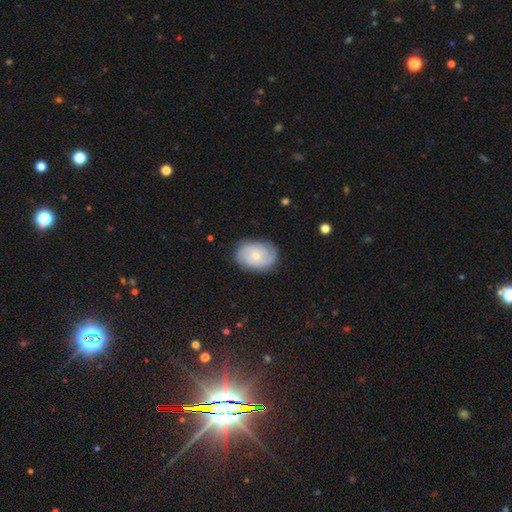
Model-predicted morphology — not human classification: smooth_or_featured: featured or disk (p=0.55) [alt: smooth p=0.38]
disk_edge_on: no (p=0.97) [alt: yes p=0.03]
bar: no (p=0.77) [alt: weak p=0.20]
has_spiral_arms: yes (p=0.86) [alt: no p=0.14]
bulge_size: small (p=0.69) [alt: moderate p=0.27]
merging: none (p=0.79) [alt: minor disturbance p=0.16]